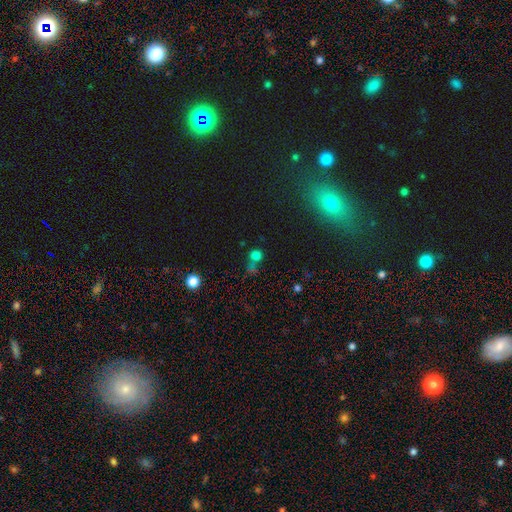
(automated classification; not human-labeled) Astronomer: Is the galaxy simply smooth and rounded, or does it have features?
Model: smooth — 62%.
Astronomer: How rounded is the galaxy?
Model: round — 79%.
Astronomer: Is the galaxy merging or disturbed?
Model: none — 48% (runner-up: merger, 28%).